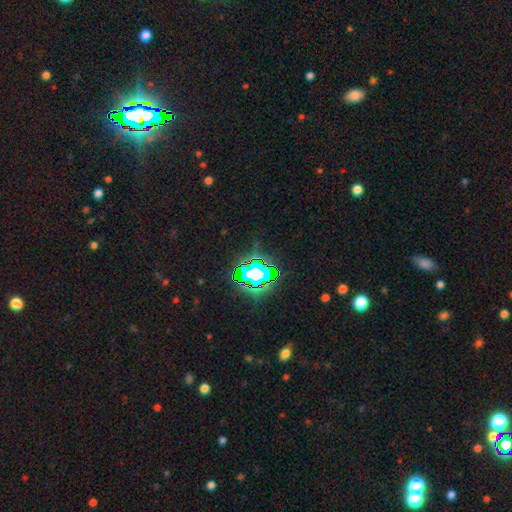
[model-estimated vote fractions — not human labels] smooth-or-featured: star or artifact: 82% | smooth: 10% | featured or disk: 8%